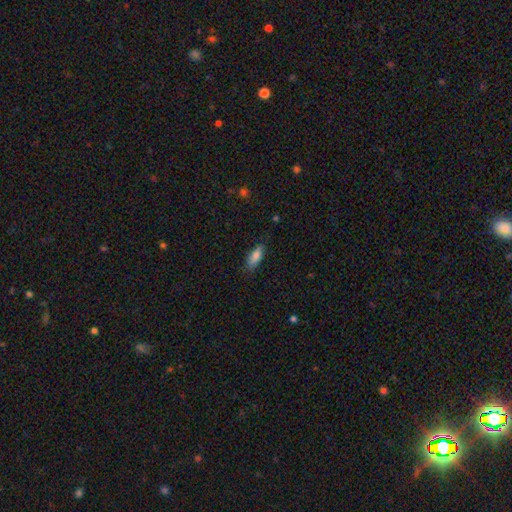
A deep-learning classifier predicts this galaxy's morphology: smooth-or-featured: smooth: 80% | featured or disk: 13% | star or artifact: 7%
  how-rounded: in between: 64% | cigar-shaped: 34% | round: 2%
  merging: none: 78% | minor disturbance: 17% | major disturbance: 3% | merger: 1%